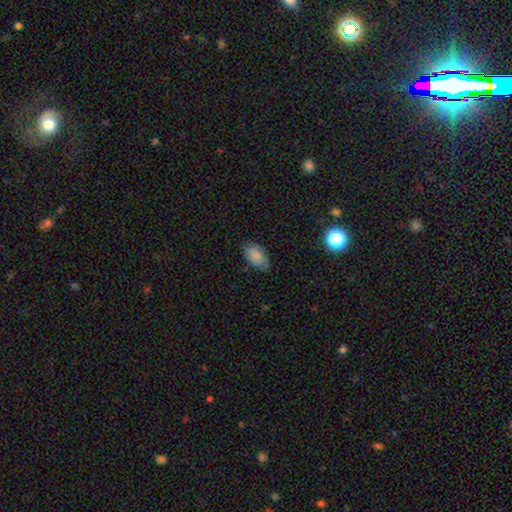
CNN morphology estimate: Smooth or featured: smooth — 85% (star or artifact — 8%)
How rounded: in between — 93% (round — 6%)
Merging: none — 74% (minor disturbance — 21%)